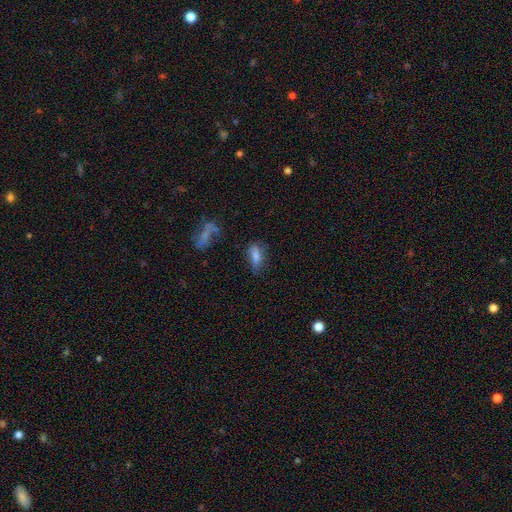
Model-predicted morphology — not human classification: Q: Smooth or featured?
A: smooth (74%); runner-up: featured or disk (16%)
Q: How rounded?
A: in between (69%); runner-up: cigar-shaped (27%)
Q: Merging?
A: none (55%); runner-up: minor disturbance (26%)